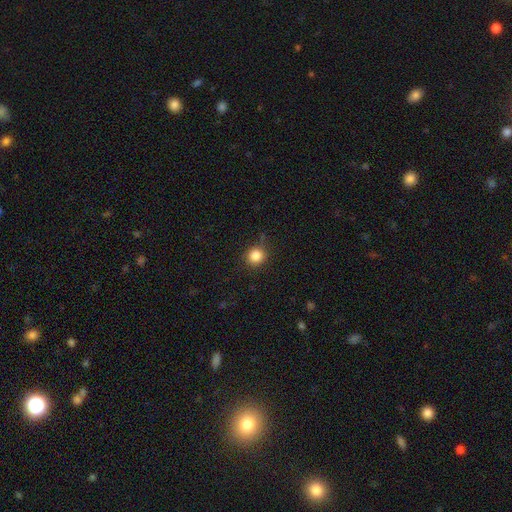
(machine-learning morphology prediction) Overall: smooth (85%). How rounded: round (89%). Merging: none (84%).